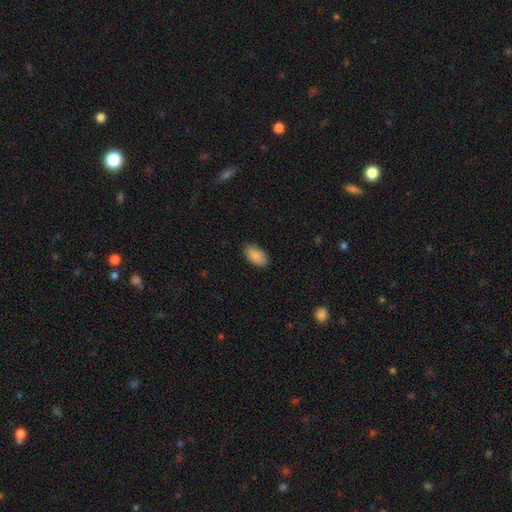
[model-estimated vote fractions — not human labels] A smooth galaxy with no disk features (89%) that is in between round and cigar-shaped (95%). Merging: none (85%).